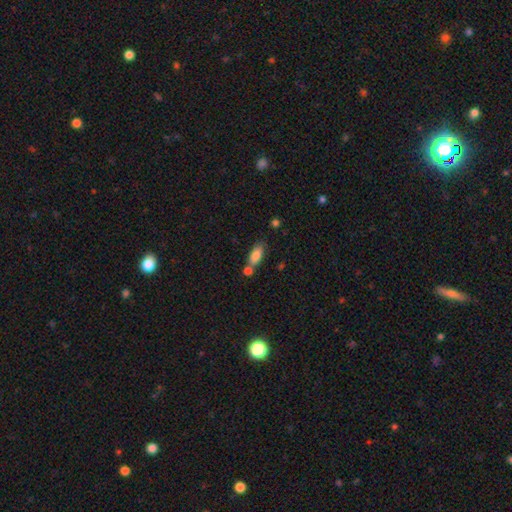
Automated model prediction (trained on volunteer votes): Morphology: type=smooth (82%); roundness=in between (81%); merging=none (50%).